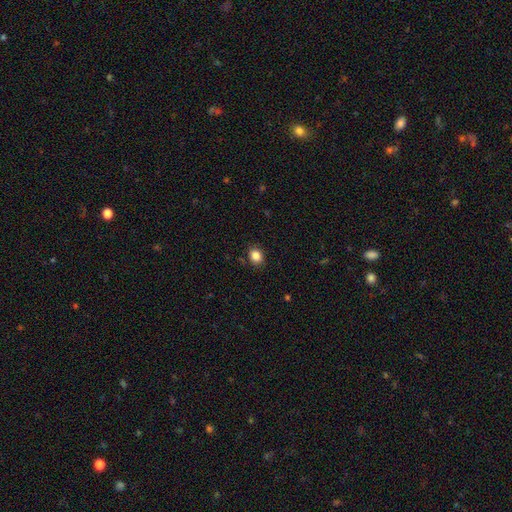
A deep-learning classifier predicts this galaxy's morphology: This is clearly a smooth galaxy (85%). How rounded: possibly round (50%). Merging: clearly none (87%).